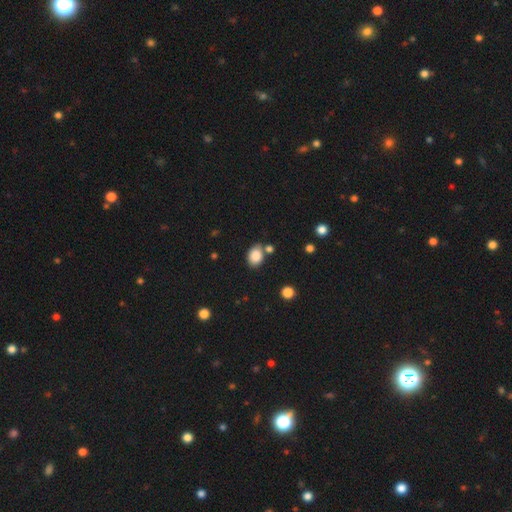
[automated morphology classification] Smooth or featured? smooth (86%)
How rounded? in between (69%)
Merging? none (69%)